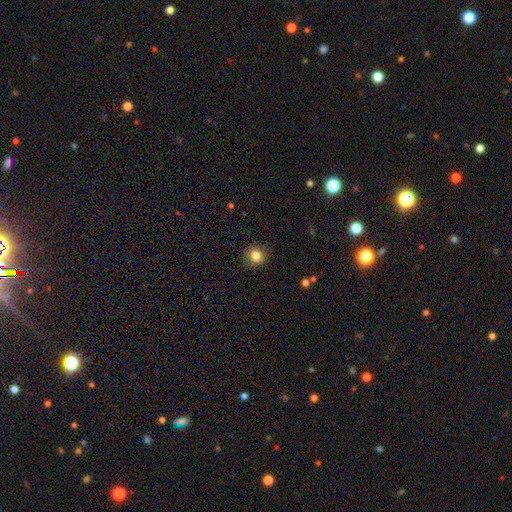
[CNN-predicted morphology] smooth_or_featured: smooth (p=0.82) [alt: star or artifact p=0.11]
how_rounded: round (p=0.89) [alt: in between p=0.10]
merging: none (p=0.88) [alt: minor disturbance p=0.08]